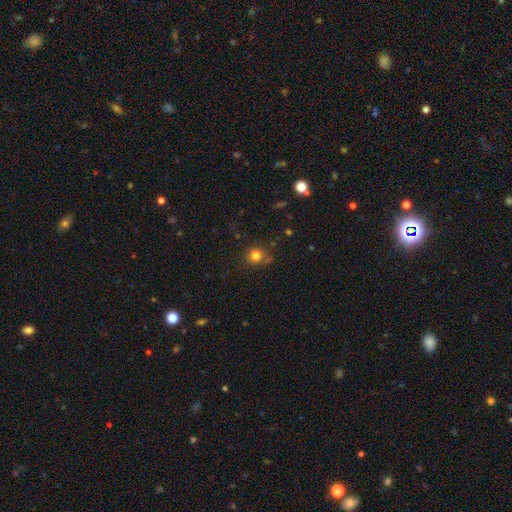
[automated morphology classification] smooth 80%, star or artifact 14%, featured or disk 6%. Down the decision tree: how rounded — round (89%); merging — none (75%).